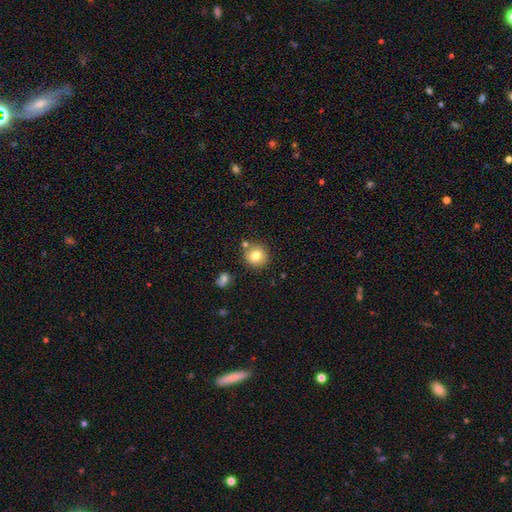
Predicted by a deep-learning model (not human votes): smooth-or-featured: smooth: 78% | featured or disk: 12% | star or artifact: 11%
  how-rounded: round: 90% | in between: 9% | cigar-shaped: 1%
  merging: none: 79% | minor disturbance: 10% | merger: 9% | major disturbance: 3%